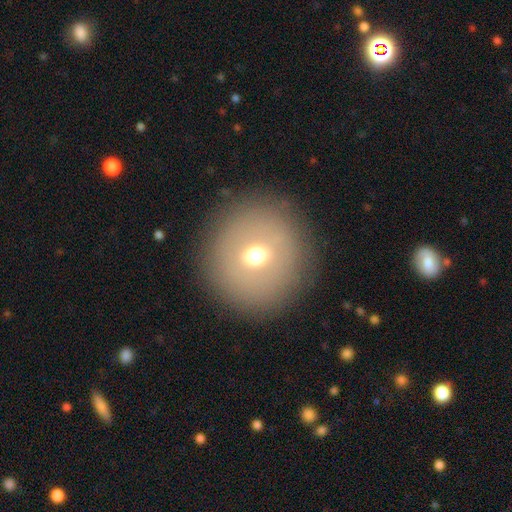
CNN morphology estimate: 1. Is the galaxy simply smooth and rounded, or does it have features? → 58% smooth, 28% featured or disk, 14% star or artifact.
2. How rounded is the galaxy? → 89% round, 10% in between, 1% cigar-shaped.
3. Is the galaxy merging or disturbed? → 88% none, 7% minor disturbance, 4% major disturbance, 1% merger.